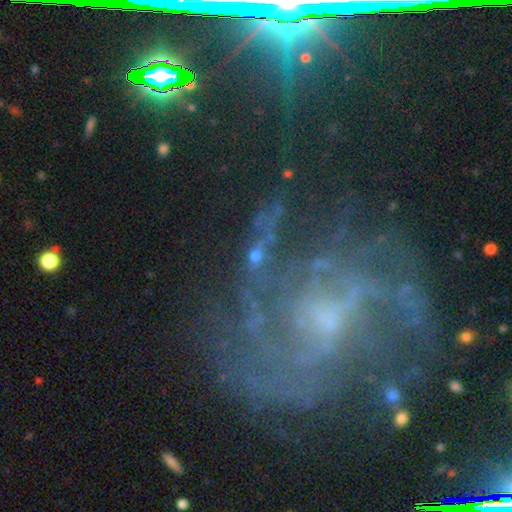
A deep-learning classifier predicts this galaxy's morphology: star or artifact 45%, featured or disk 32%, smooth 23%.